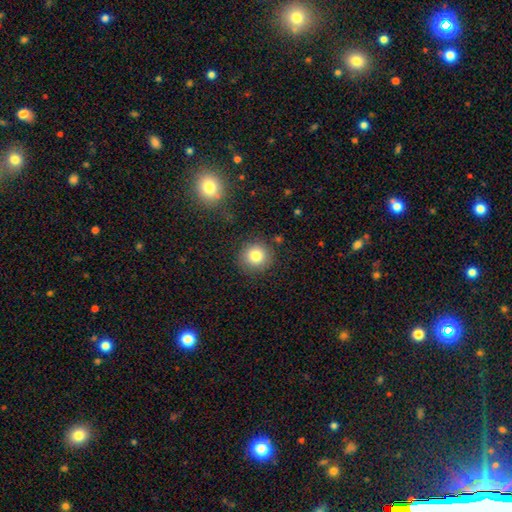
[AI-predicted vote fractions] Overall: smooth (80%). How rounded: round (92%). Merging: none (86%).